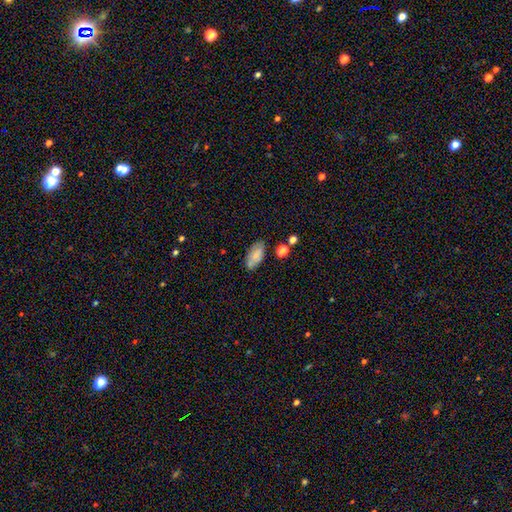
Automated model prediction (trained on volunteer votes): Morphology: type=smooth (73%); roundness=in between (90%); merging=none (70%).